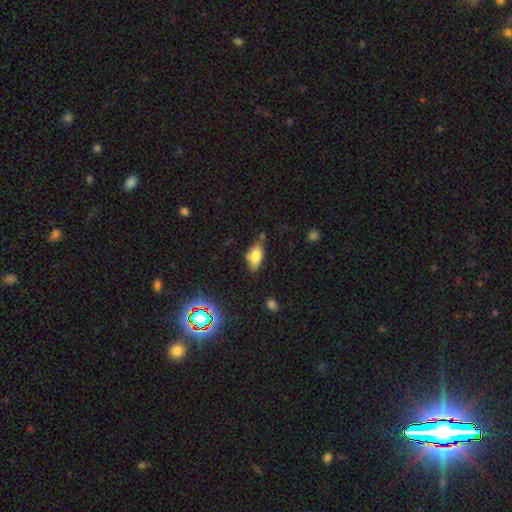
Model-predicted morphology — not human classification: A smooth galaxy with no disk features (74%) that is in between round and cigar-shaped (86%).

Vote fractions:
- Smooth or featured? smooth: 74% / featured or disk: 15% / star or artifact: 10%
- How rounded? in between: 86% / cigar-shaped: 9% / round: 4%
- Merging? none: 61% / minor disturbance: 25% / merger: 7% / major disturbance: 6%